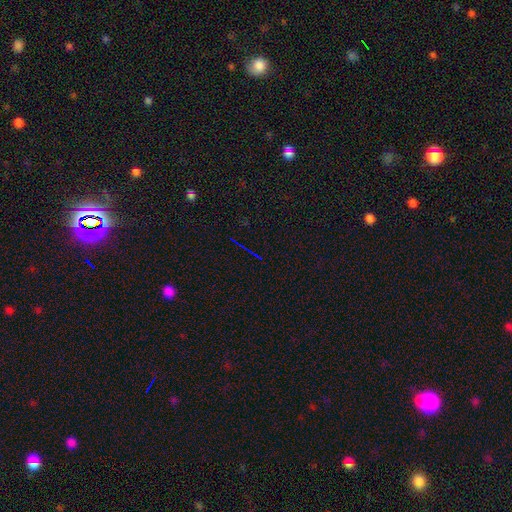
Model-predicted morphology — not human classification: This is likely a star or artifact rather than a galaxy (75%).